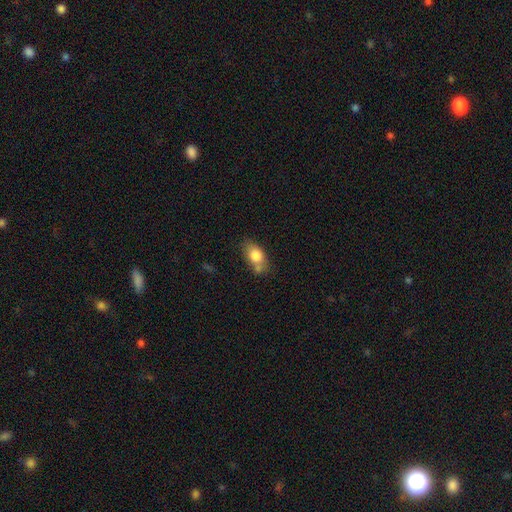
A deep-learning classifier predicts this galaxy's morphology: type=smooth (79%); roundness=in between (83%); merging=none (55%).